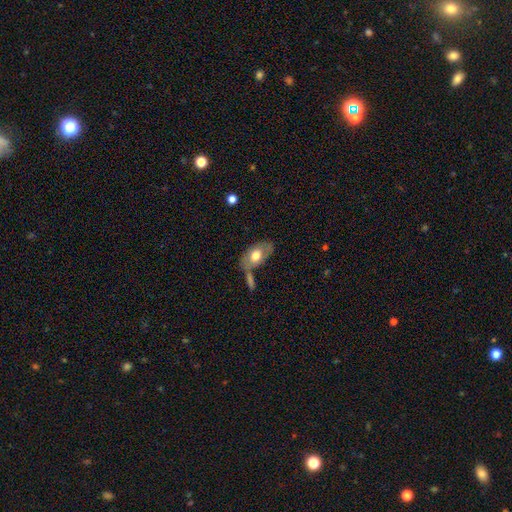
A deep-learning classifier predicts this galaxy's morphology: smooth 63%, featured or disk 31%, star or artifact 6%. Down the decision tree: how rounded — in between (90%); merging — none (54%).